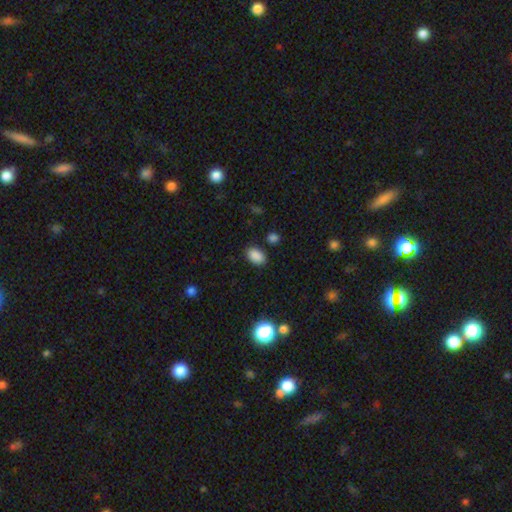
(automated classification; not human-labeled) Q: Smooth or featured?
A: smooth (87%); runner-up: star or artifact (10%)
Q: How rounded?
A: in between (83%); runner-up: round (16%)
Q: Merging?
A: none (85%); runner-up: minor disturbance (10%)